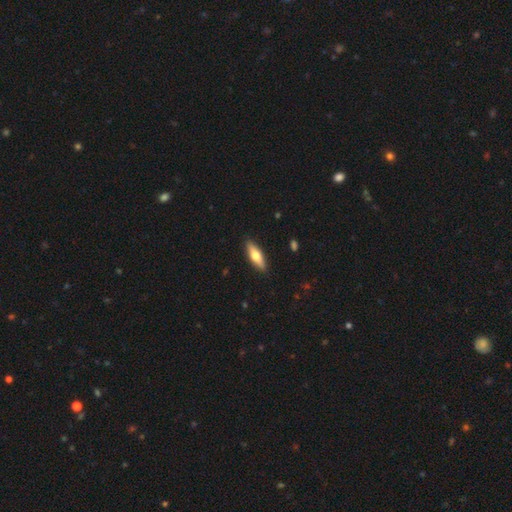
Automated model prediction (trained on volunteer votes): This appears to be a smooth galaxy with no disk features (57%) that is cigar-shaped (53%). Merging: none (90%).